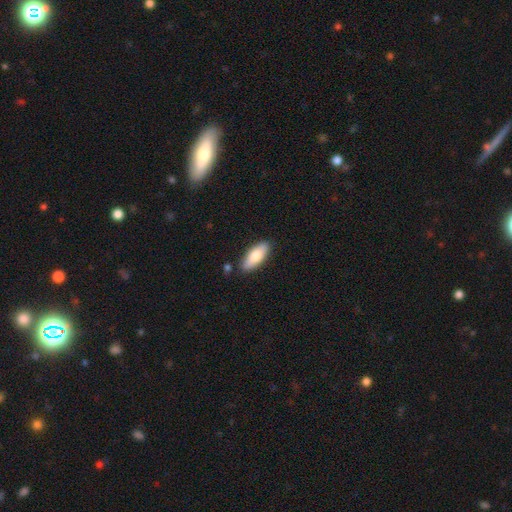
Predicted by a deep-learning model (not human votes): Smooth or featured?
  - smooth: 78% *
  - featured or disk: 17%
  - star or artifact: 6%
How rounded?
  - in between: 76% *
  - cigar-shaped: 22%
  - round: 2%
Merging?
  - none: 84% *
  - minor disturbance: 11%
  - merger: 3%
  - major disturbance: 2%